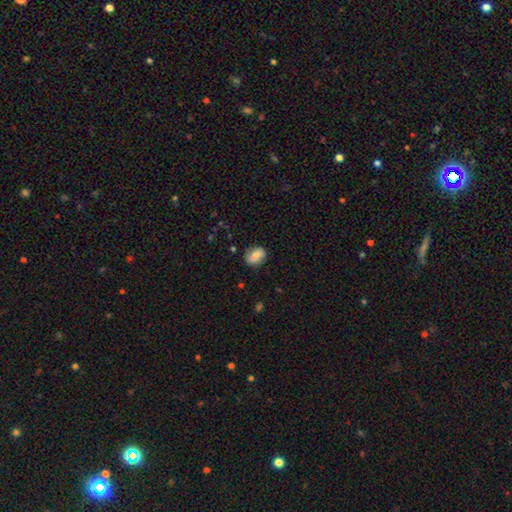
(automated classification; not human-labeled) Smooth or featured? smooth (66%)
How rounded? in between (51%)
Merging? none (83%)